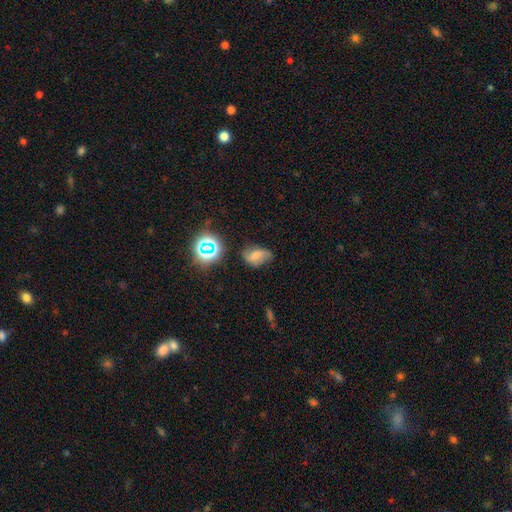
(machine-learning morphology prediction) Smooth or featured? Predicted: smooth (p=0.53). How rounded? Predicted: in between (p=0.78). Merging? Predicted: none (p=0.53).